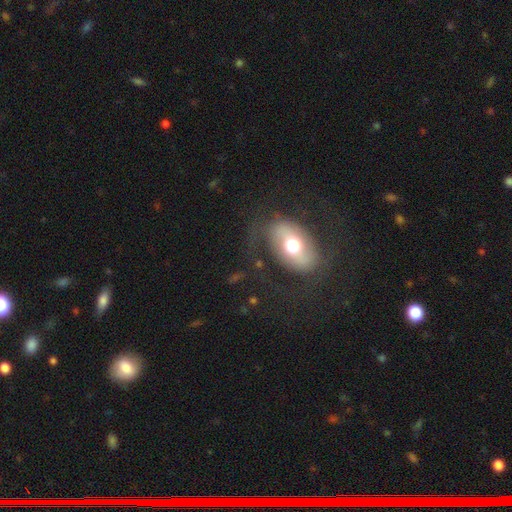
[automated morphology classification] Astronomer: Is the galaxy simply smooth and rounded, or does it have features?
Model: featured or disk — 48% (runner-up: smooth, 37%).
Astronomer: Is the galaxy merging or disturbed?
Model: none — 77%.